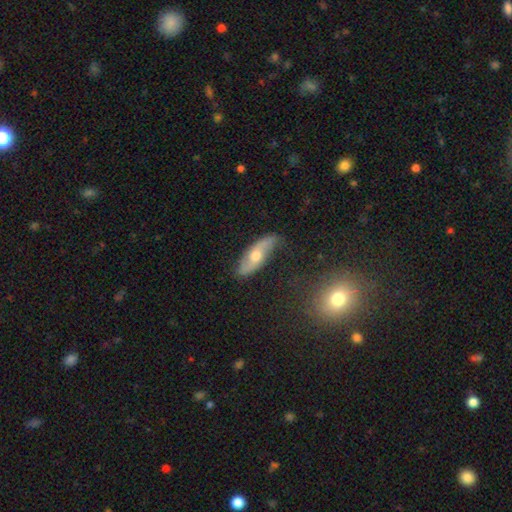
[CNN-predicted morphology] This is likely a featured or disk galaxy (61%). It is likely not viewed edge-on (75%). Merging: likely none (75%).